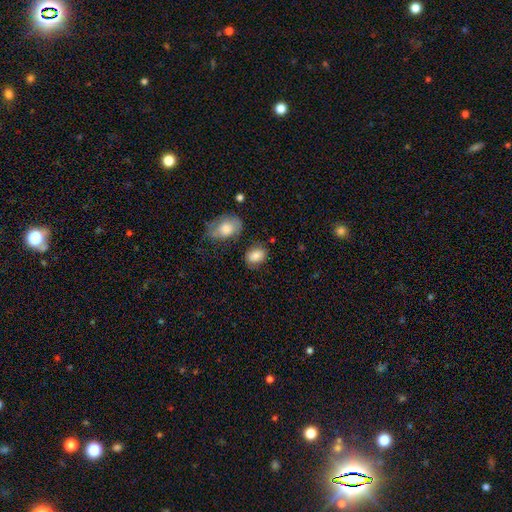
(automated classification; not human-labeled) Smooth or featured? Predicted: smooth (p=0.83). How rounded? Predicted: in between (p=0.74). Merging? Predicted: none (p=0.75).